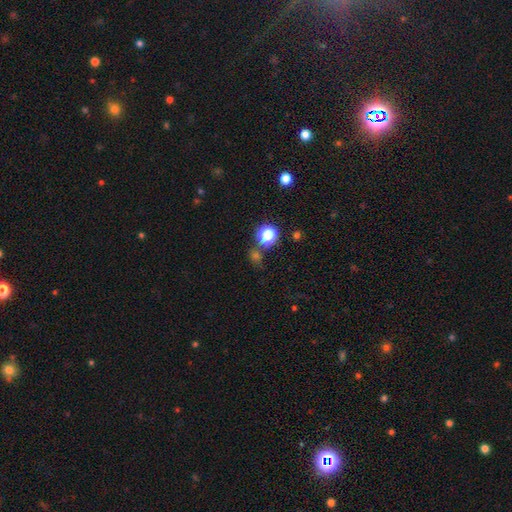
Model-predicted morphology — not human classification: The model was most divided on "smooth or featured": star or artifact: 49%, smooth: 43%, featured or disk: 8%.